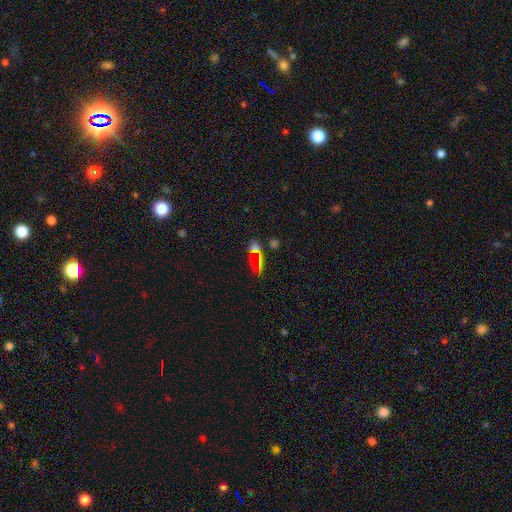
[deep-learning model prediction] Smooth or featured?
  - smooth: 52% *
  - star or artifact: 36%
  - featured or disk: 12%
How rounded?
  - in between: 64% *
  - cigar-shaped: 19%
  - round: 17%
Merging?
  - none: 62% *
  - minor disturbance: 16%
  - merger: 12%
  - major disturbance: 9%